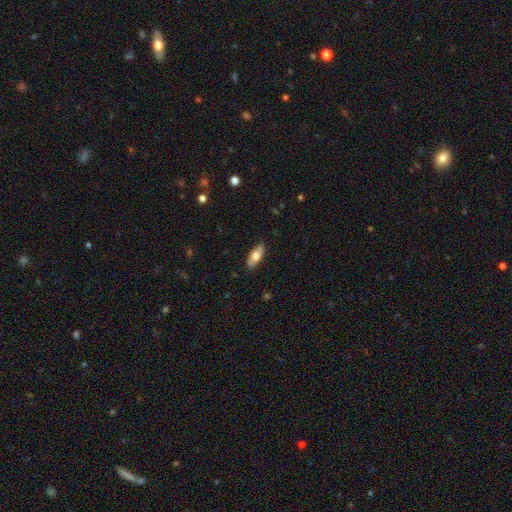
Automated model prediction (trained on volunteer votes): smooth 65%, featured or disk 29%, star or artifact 6%. Down the decision tree: how rounded — in between (77%); merging — none (87%).